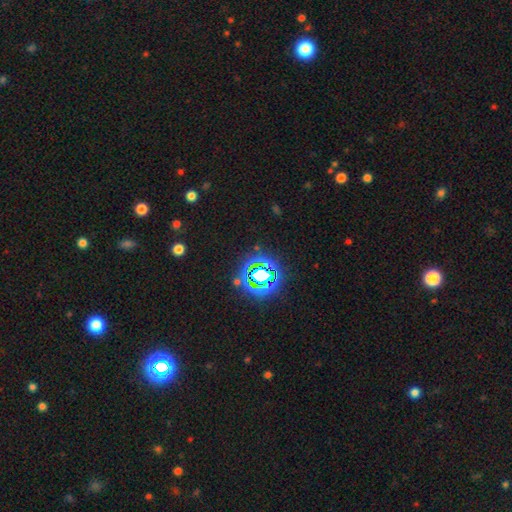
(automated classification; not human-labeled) Overall: star or artifact (79%).